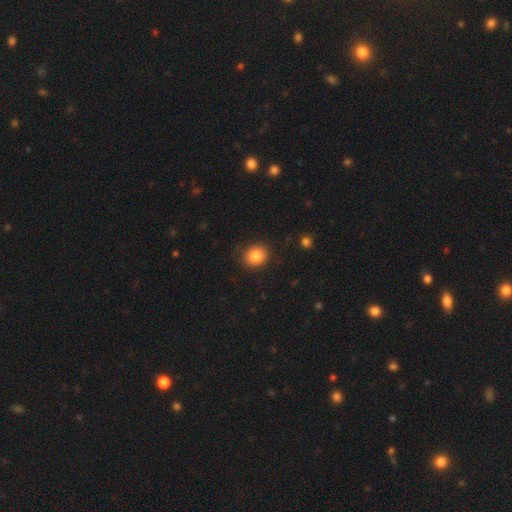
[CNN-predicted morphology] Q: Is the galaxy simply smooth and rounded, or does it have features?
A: smooth — 85%.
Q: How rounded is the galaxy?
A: round — 76%.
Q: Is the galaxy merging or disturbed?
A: none — 87%.